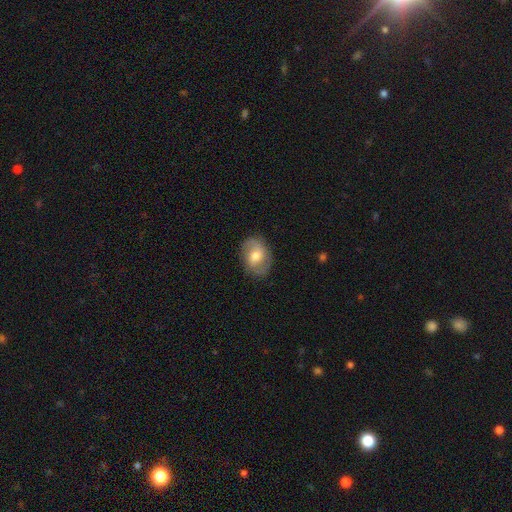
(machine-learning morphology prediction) featured or disk 62%, smooth 31%, star or artifact 7%. Down the decision tree: edge-on disk — no (96%); bar — weak (47%); spiral arms — yes (85%); spiral arm count — 2 (86%); spiral winding — medium (49%); bulge size — moderate (66%); merging — none (81%).